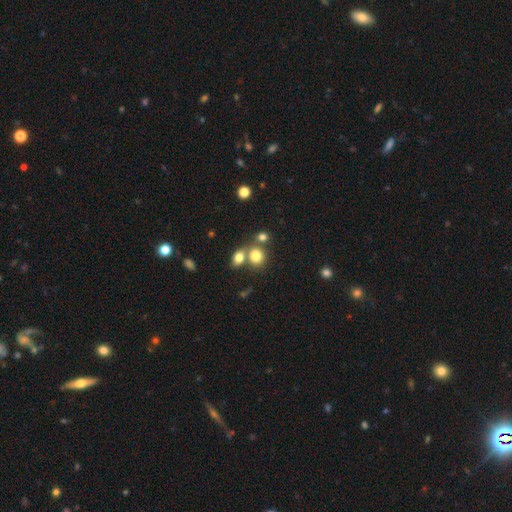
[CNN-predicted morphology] A smooth galaxy with no disk features (80%) that is round (71%). Merging: none (52%).